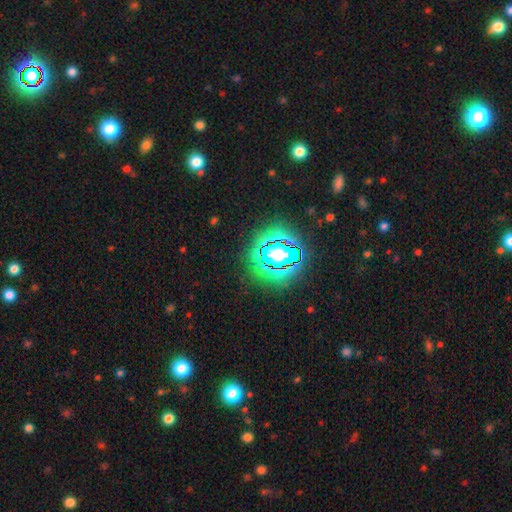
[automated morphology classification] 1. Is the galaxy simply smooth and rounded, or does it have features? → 75% star or artifact, 15% smooth, 10% featured or disk.